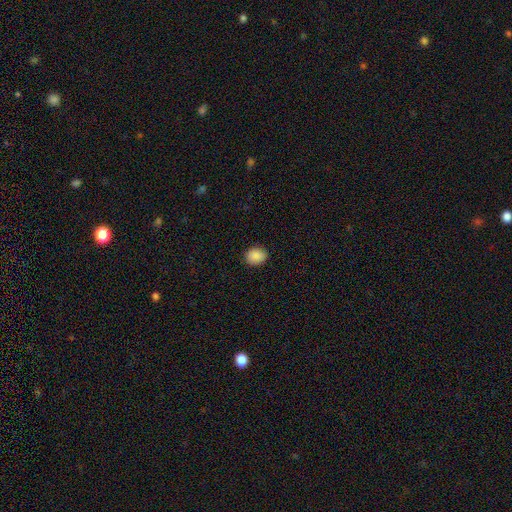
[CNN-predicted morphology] A smooth galaxy with no disk features (89%) that is round (54%). Merging: none (88%).